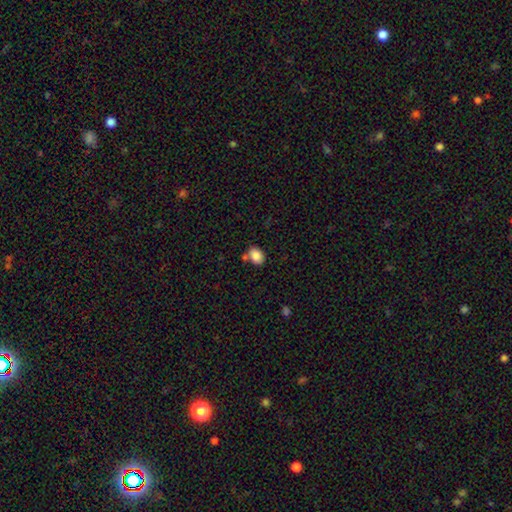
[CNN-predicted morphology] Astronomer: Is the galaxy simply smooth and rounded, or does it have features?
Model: smooth — 87%.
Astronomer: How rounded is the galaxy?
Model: in between — 72%.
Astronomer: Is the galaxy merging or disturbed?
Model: none — 66%.